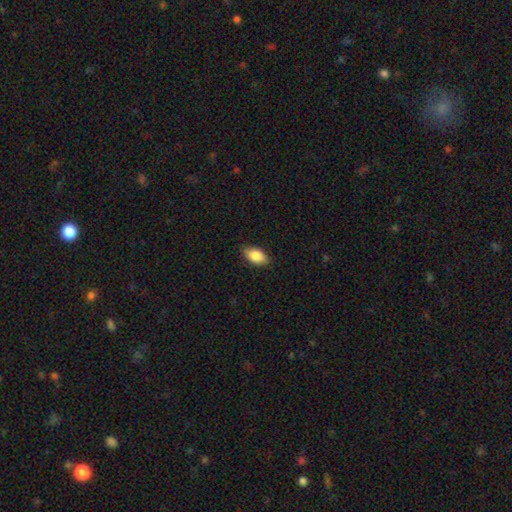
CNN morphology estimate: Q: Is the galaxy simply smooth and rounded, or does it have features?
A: smooth — 85%.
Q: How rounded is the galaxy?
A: in between — 92%.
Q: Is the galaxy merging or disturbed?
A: none — 86%.